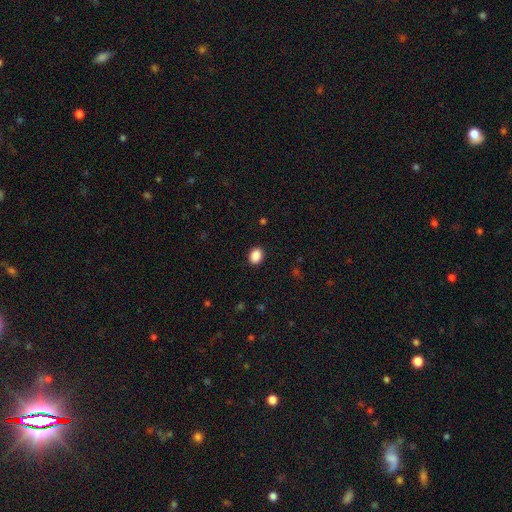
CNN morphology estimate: smooth 89%, star or artifact 8%, featured or disk 2%. Down the decision tree: how rounded — in between (62%); merging — none (90%).